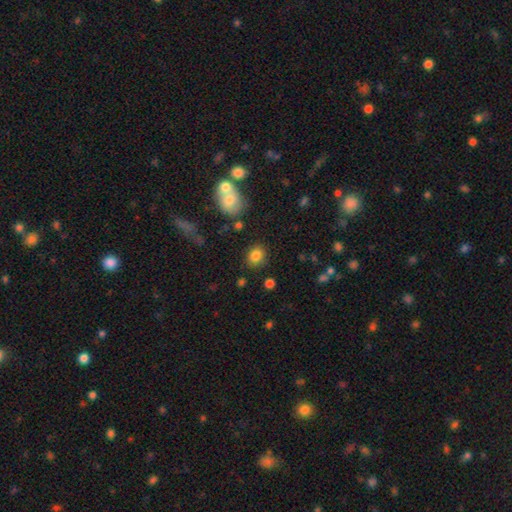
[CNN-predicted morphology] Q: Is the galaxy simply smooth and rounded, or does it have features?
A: smooth — 84%.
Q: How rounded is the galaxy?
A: round — 59%.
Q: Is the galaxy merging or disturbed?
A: none — 83%.